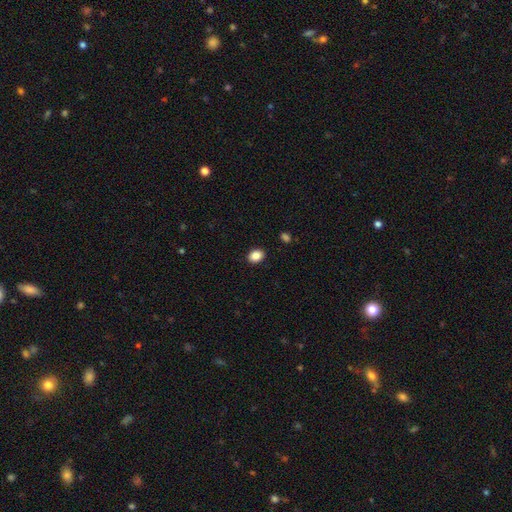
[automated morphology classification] Smooth or featured? Predicted: smooth (p=0.87). How rounded? Predicted: in between (p=0.60). Merging? Predicted: none (p=0.90).